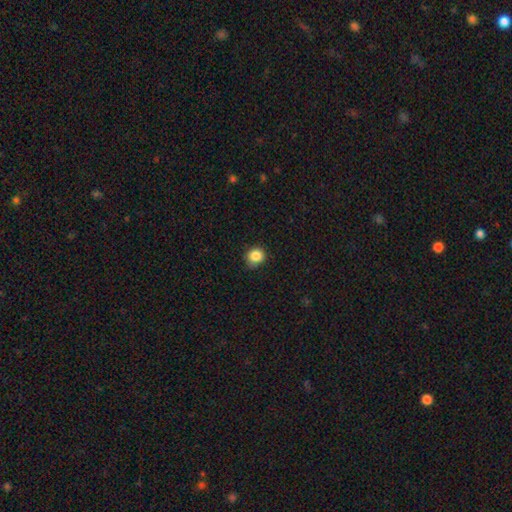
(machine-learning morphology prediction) Overall: smooth (85%). How rounded: round (83%). Merging: none (76%).